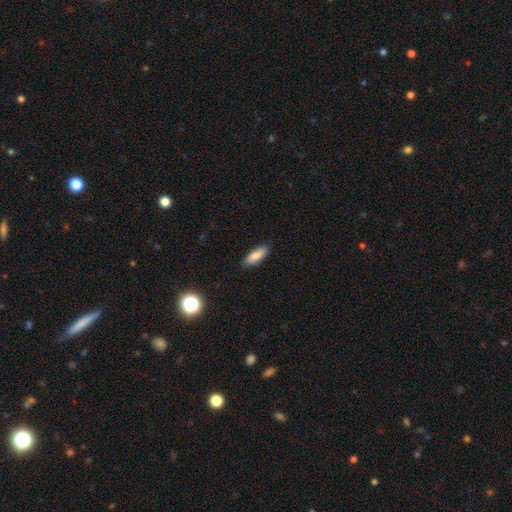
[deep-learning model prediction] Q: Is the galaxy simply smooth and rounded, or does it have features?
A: smooth — 81%.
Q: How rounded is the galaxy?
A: in between — 67%.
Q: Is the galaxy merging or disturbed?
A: none — 87%.